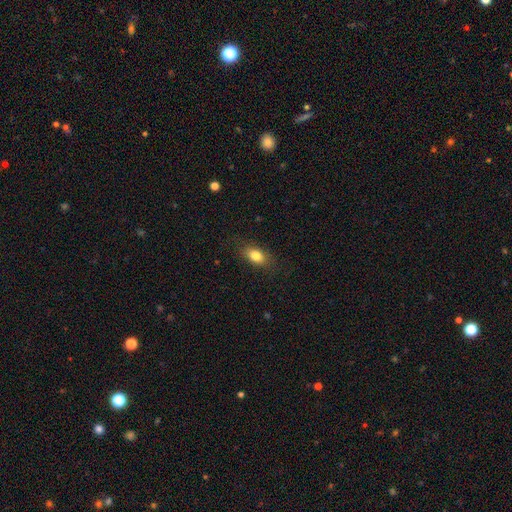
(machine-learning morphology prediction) Smooth or featured? smooth (82%)
How rounded? in between (84%)
Merging? none (82%)